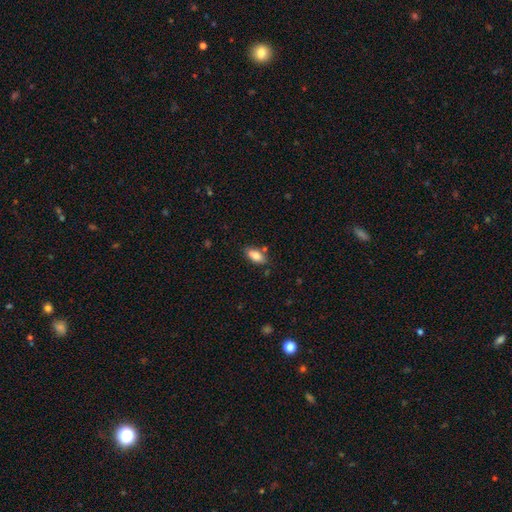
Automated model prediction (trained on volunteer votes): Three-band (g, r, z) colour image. It shows a smooth galaxy with no disk features (83%) that is in between round and cigar-shaped (87%). Merging: none (77%).